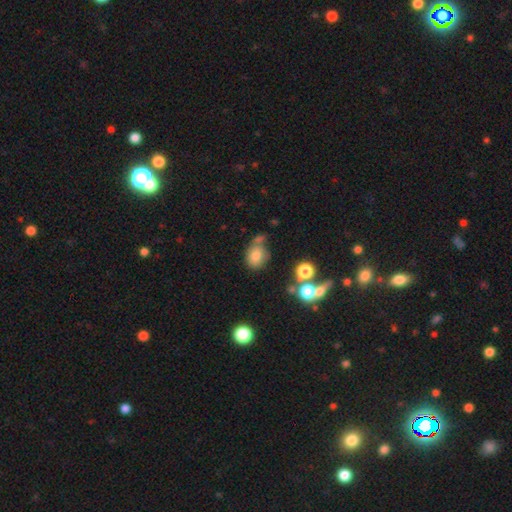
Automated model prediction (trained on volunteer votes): Q: Smooth or featured?
A: smooth (76%); runner-up: star or artifact (13%)
Q: How rounded?
A: round (52%); runner-up: in between (47%)
Q: Merging?
A: none (53%); runner-up: merger (20%)